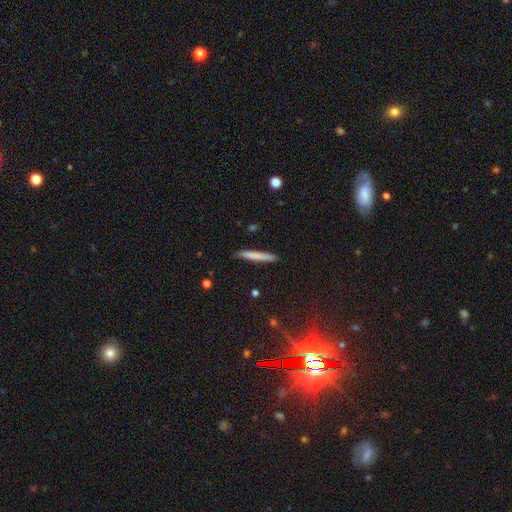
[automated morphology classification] Smooth or featured?
  - smooth: 74% *
  - featured or disk: 20%
  - star or artifact: 6%
How rounded?
  - cigar-shaped: 96% *
  - in between: 3%
  - round: 1%
Merging?
  - none: 87% *
  - minor disturbance: 10%
  - major disturbance: 2%
  - merger: 1%